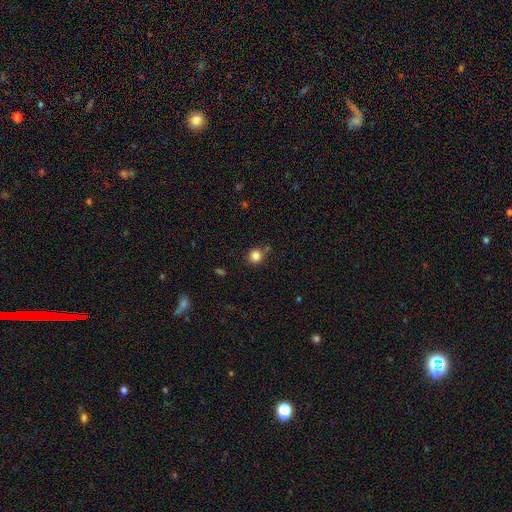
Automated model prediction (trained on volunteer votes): Smooth or featured? smooth (84%)
How rounded? round (88%)
Merging? none (79%)